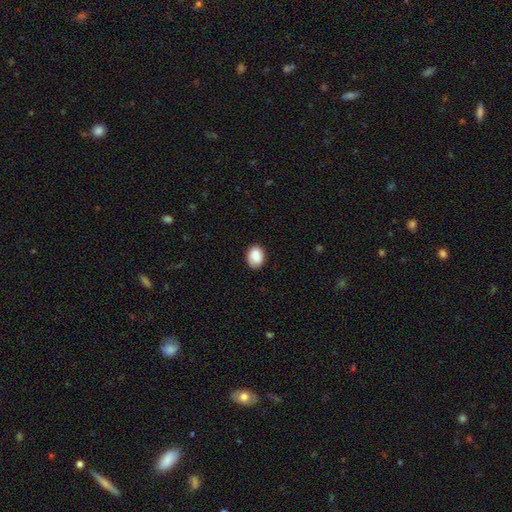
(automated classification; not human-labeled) smooth_or_featured: smooth (p=0.85) [alt: star or artifact p=0.08]
how_rounded: in between (p=0.69) [alt: round p=0.30]
merging: none (p=0.79) [alt: minor disturbance p=0.16]